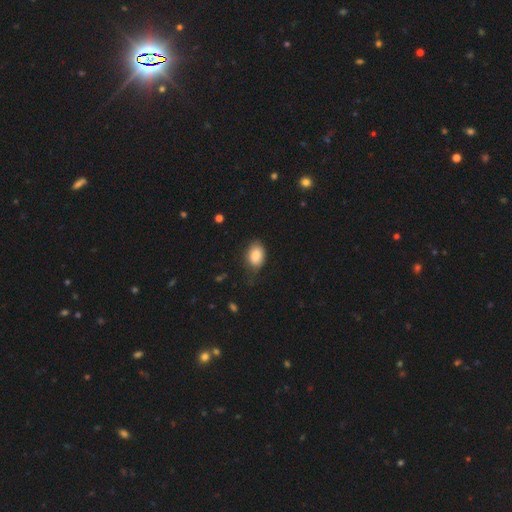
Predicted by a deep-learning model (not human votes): smooth_or_featured: smooth (p=0.86) [alt: star or artifact p=0.07]
how_rounded: in between (p=0.83) [alt: round p=0.16]
merging: none (p=0.63) [alt: minor disturbance p=0.28]